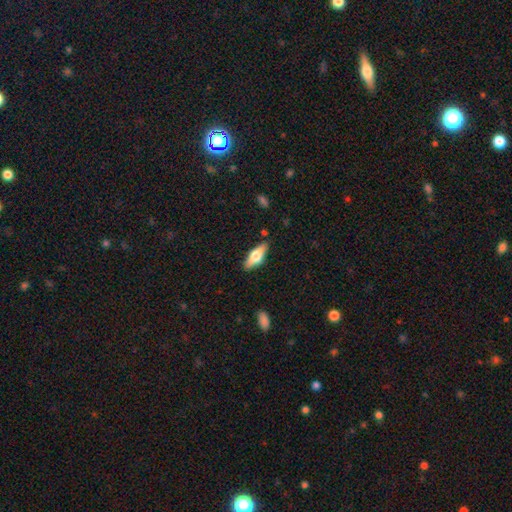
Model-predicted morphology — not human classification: This appears to be a smooth galaxy with no disk features (56%) that is in between round and cigar-shaped (65%). Merging: none (85%).